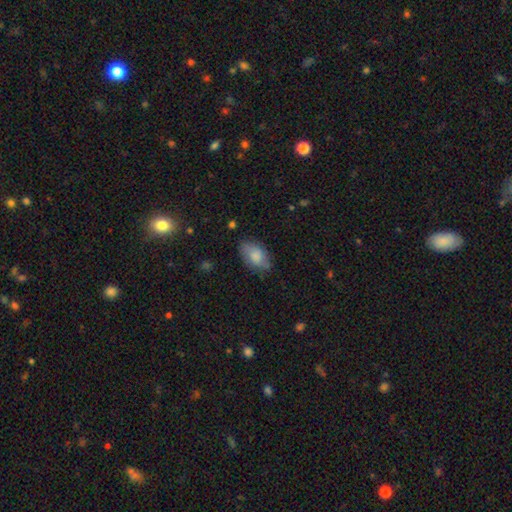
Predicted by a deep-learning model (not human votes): smooth-or-featured: smooth: 77% | featured or disk: 16% | star or artifact: 7%
  how-rounded: in between: 92% | round: 6% | cigar-shaped: 2%
  merging: none: 73% | minor disturbance: 21% | major disturbance: 5% | merger: 1%